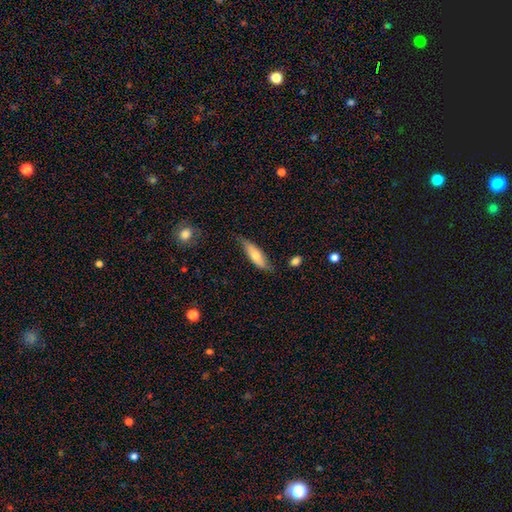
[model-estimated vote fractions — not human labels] smooth-or-featured: smooth: 67% | featured or disk: 27% | star or artifact: 6%
  how-rounded: cigar-shaped: 49% (tied) | in between: 49% (tied) | round: 2%
  merging: none: 62% | minor disturbance: 29% | major disturbance: 6% | merger: 2%